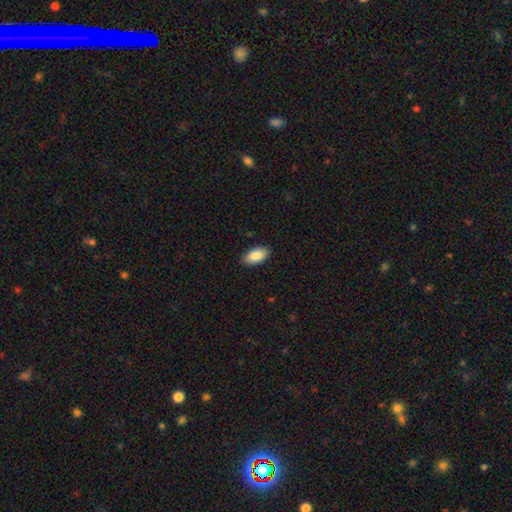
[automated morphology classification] Smooth or featured? smooth (88%)
How rounded? in between (94%)
Merging? none (89%)